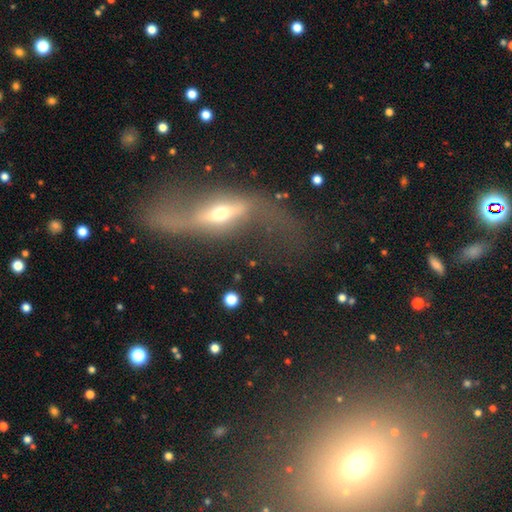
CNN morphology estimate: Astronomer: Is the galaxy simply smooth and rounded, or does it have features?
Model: featured or disk — 72%.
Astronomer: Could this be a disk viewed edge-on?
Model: no — 82%.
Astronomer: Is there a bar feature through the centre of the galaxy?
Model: no — 42% (runner-up: weak, 36%).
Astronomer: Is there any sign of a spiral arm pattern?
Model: yes — 82%.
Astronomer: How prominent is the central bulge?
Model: moderate — 49% (runner-up: small, 39%).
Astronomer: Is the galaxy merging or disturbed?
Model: none — 50%.